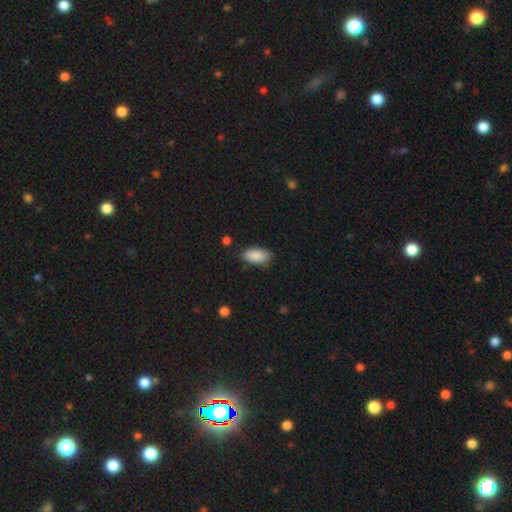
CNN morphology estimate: Smooth or featured: smooth — 89% (star or artifact — 6%)
How rounded: in between — 93% (cigar-shaped — 5%)
Merging: none — 78% (minor disturbance — 17%)